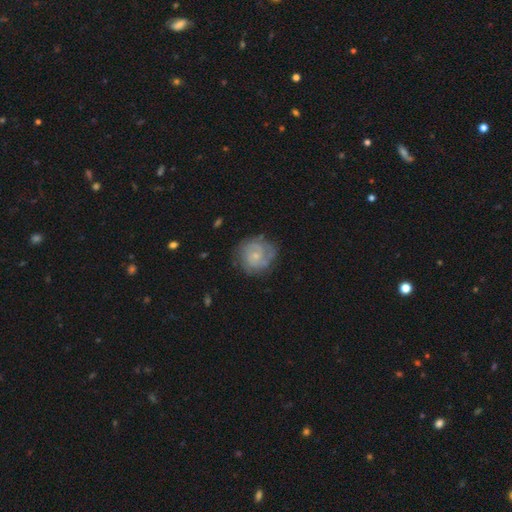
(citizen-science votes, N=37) Smooth or featured: featured or disk — 76% (smooth — 22%)
Edge-on disk: no — 100%
Bar: no — 61% (weak — 39%)
Spiral arms: yes — 93% (no — 7%)
Spiral winding: tight — 58% (medium — 31%)
Spiral arm count: 2 — 54% (can't tell — 23%)
Bulge size: small — 75% (moderate — 25%)
Merging: none — 61% (minor disturbance — 31%)